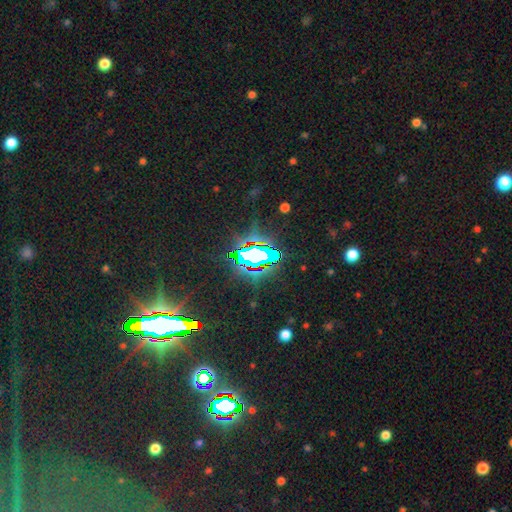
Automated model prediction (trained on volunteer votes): Smooth or featured?
  - star or artifact: 75% *
  - smooth: 13%
  - featured or disk: 12%